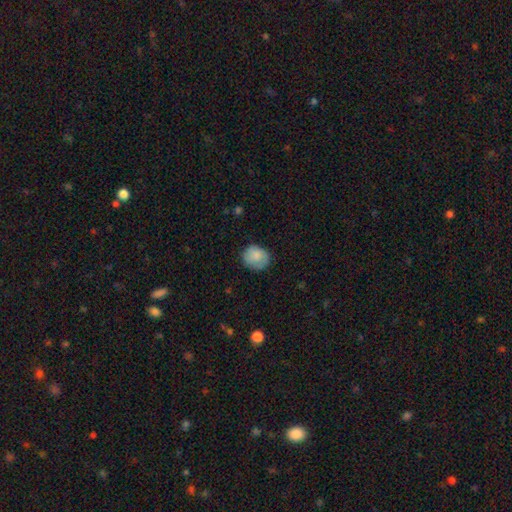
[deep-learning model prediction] This appears to be a smooth galaxy with no disk features (82%) that is round (65%). Merging: none (74%).